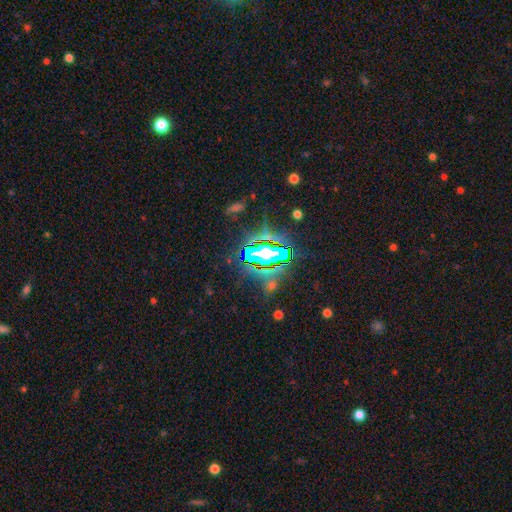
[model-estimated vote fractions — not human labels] Morphology: type=star or artifact (74%).